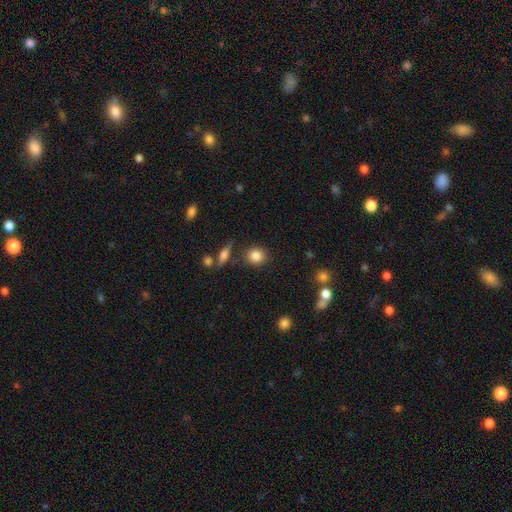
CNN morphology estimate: This is clearly a smooth galaxy (84%). How rounded: clearly round (81%). Merging: clearly none (82%).